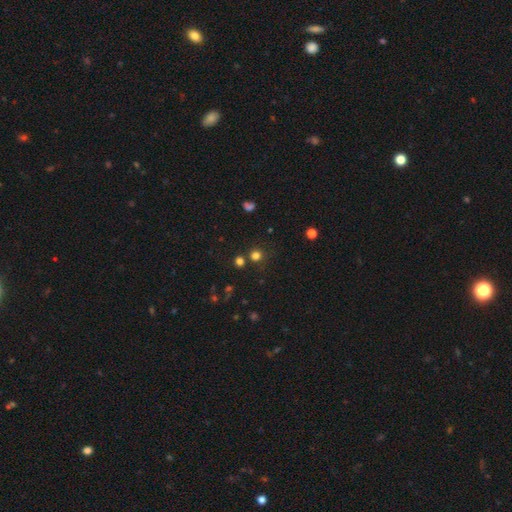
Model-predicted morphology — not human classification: Smooth or featured? smooth (75%)
How rounded? round (90%)
Merging? none (78%)